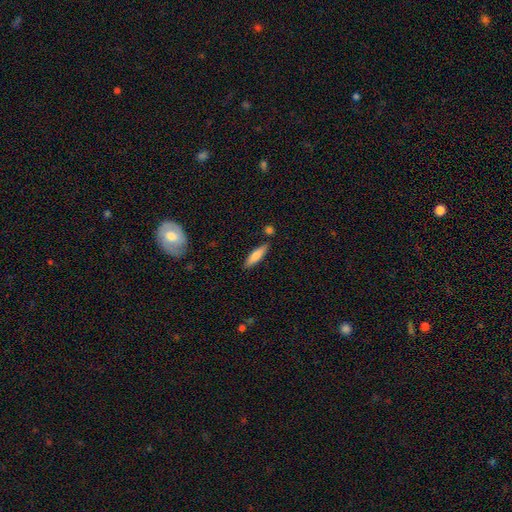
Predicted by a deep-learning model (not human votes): This is likely a smooth galaxy (75%). How rounded: likely cigar-shaped (66%). Merging: clearly none (82%).